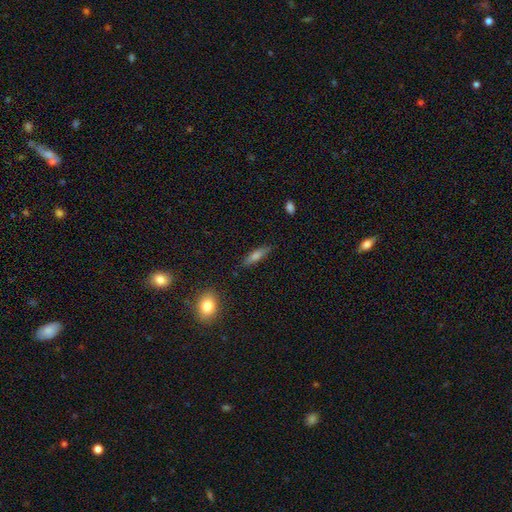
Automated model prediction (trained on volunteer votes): Smooth or featured: smooth — 62% (featured or disk — 29%)
How rounded: cigar-shaped — 71% (in between — 27%)
Merging: none — 85% (minor disturbance — 11%)